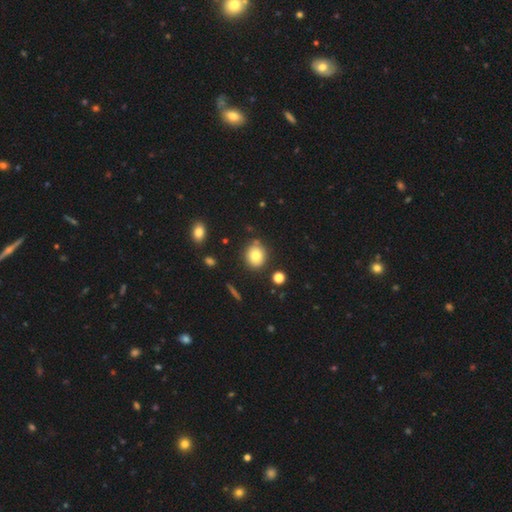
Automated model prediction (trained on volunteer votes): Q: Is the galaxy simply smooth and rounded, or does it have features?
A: smooth — 77%.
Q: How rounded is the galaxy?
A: round — 74%.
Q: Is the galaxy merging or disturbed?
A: none — 81%.